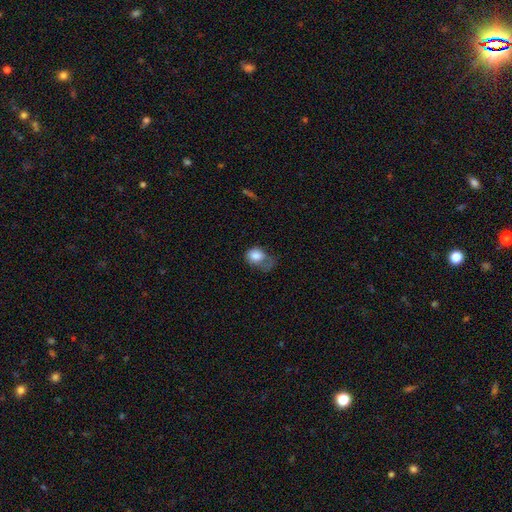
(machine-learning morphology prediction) smooth_or_featured: smooth (p=0.75) [alt: featured or disk p=0.17]
how_rounded: in between (p=0.56) [alt: round p=0.43]
merging: major disturbance (p=0.51) [alt: minor disturbance p=0.26]